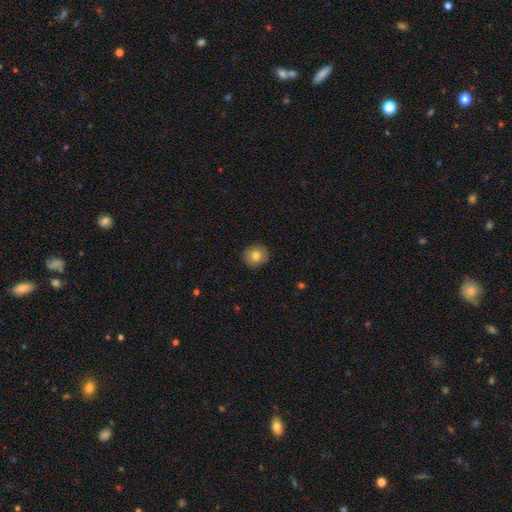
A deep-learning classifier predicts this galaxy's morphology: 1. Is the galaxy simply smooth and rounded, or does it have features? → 78% smooth, 14% featured or disk, 9% star or artifact.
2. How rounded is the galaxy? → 88% round, 11% in between, 1% cigar-shaped.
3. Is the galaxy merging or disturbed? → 90% none, 7% minor disturbance, 2% major disturbance, 1% merger.